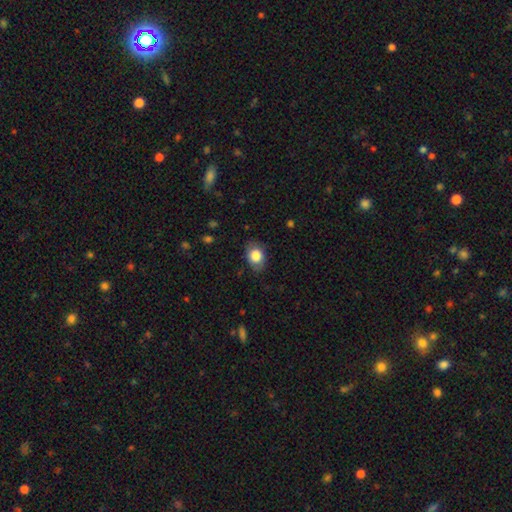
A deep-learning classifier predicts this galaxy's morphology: This appears to be a smooth galaxy with no disk features (82%) that is in between round and cigar-shaped (69%). Merging: none (81%).